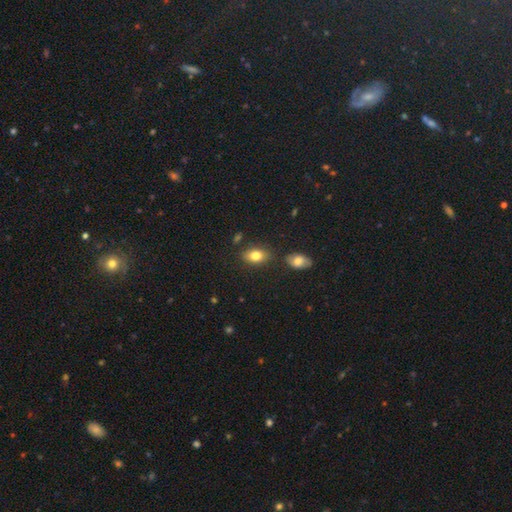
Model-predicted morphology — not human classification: Q: Smooth or featured?
A: smooth (80%); runner-up: featured or disk (11%)
Q: How rounded?
A: in between (87%); runner-up: round (11%)
Q: Merging?
A: none (77%); runner-up: minor disturbance (12%)